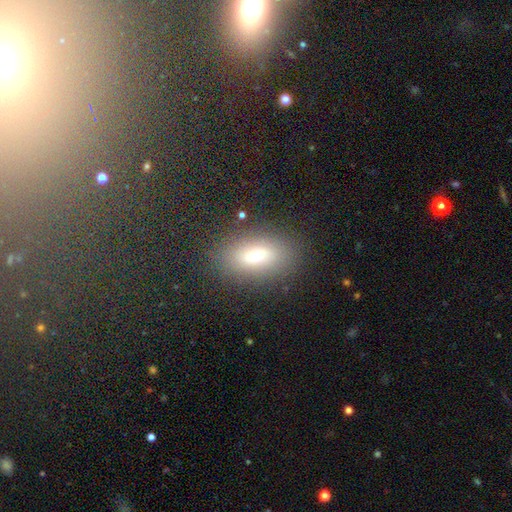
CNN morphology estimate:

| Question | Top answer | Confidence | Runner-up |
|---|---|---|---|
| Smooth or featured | smooth | 67% | featured or disk (20%) |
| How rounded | in between | 83% | round (10%) |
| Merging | none | 83% | minor disturbance (11%) |